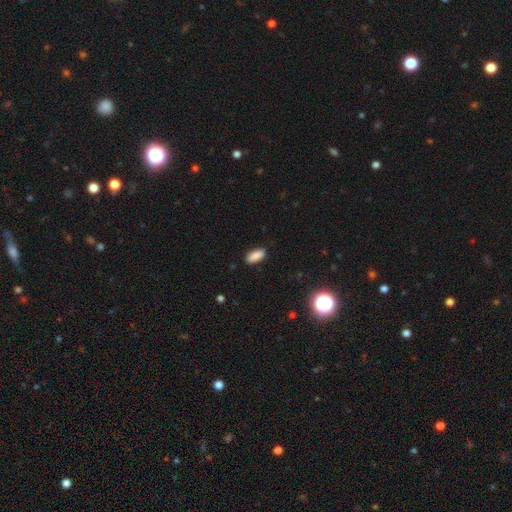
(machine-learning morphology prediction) Smooth or featured?
  - smooth: 88% *
  - star or artifact: 8%
  - featured or disk: 4%
How rounded?
  - in between: 84% *
  - cigar-shaped: 14%
  - round: 2%
Merging?
  - none: 88% *
  - minor disturbance: 9%
  - major disturbance: 2%
  - merger: 1%